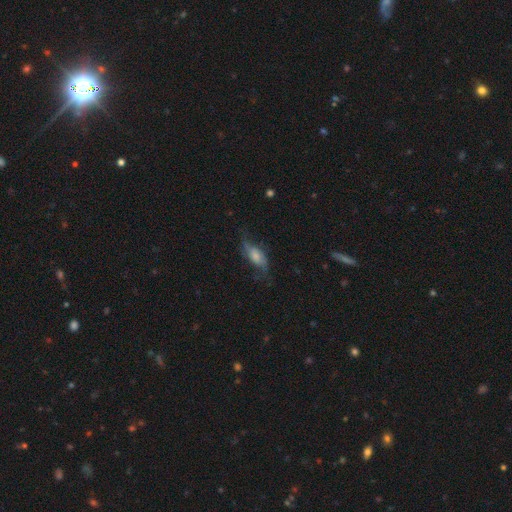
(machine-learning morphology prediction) type=featured or disk (55%); edge-on=no (90%); merging=none (55%).